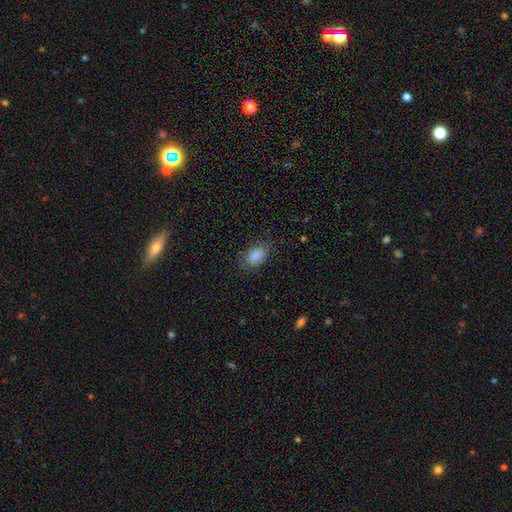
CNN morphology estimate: Smooth or featured? smooth (88%)
How rounded? in between (88%)
Merging? none (80%)